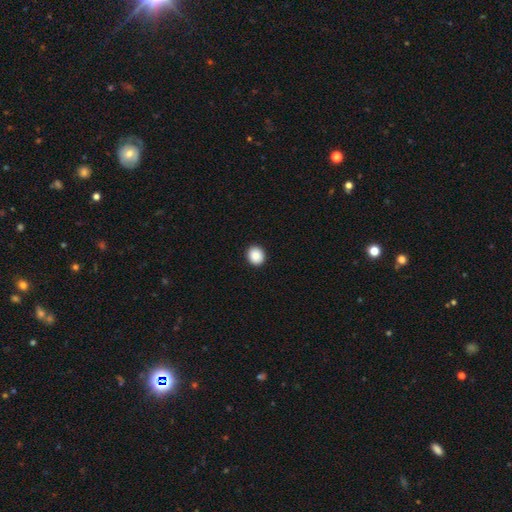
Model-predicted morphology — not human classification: Smooth or featured? Predicted: smooth (p=0.89). How rounded? Predicted: round (p=0.76). Merging? Predicted: none (p=0.92).